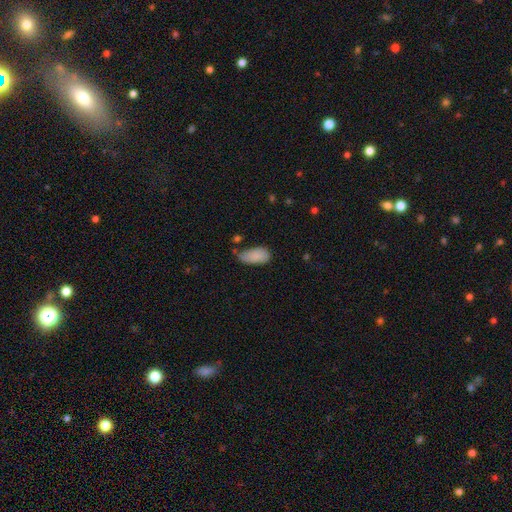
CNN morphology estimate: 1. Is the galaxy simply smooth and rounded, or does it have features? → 86% smooth, 7% star or artifact, 7% featured or disk.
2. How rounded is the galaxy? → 92% in between, 6% cigar-shaped, 3% round.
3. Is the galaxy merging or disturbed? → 48% none, 37% minor disturbance, 9% major disturbance, 6% merger.